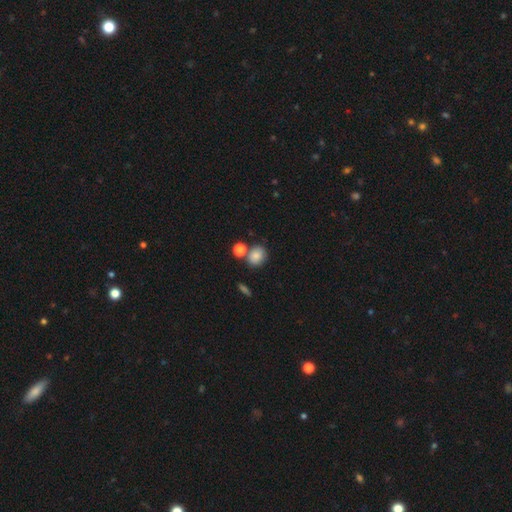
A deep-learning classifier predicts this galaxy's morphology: Overall: smooth (82%). How rounded: round (64%; in between 35%). Merging: none (66%).